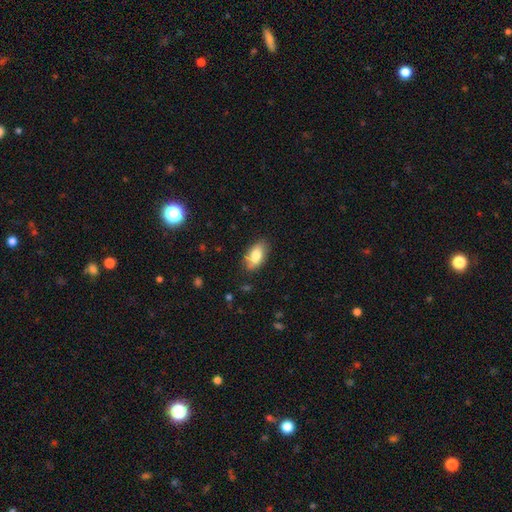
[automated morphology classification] Smooth or featured?
  - smooth: 80% *
  - featured or disk: 13%
  - star or artifact: 7%
How rounded?
  - in between: 92% *
  - round: 4%
  - cigar-shaped: 4%
Merging?
  - none: 79% *
  - minor disturbance: 16%
  - major disturbance: 3%
  - merger: 2%